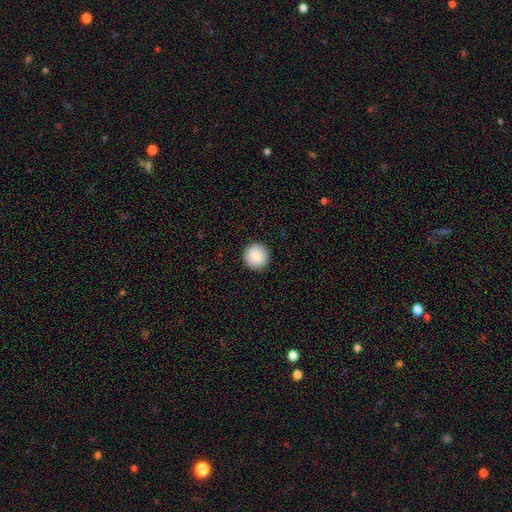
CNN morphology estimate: Smooth or featured? Predicted: smooth (p=0.87). How rounded? Predicted: round (p=0.95). Merging? Predicted: none (p=0.92).